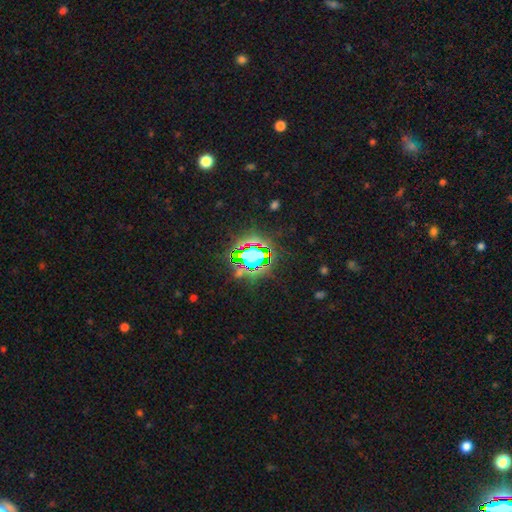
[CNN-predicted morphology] smooth_or_featured: star or artifact (p=0.72) [alt: smooth p=0.18]